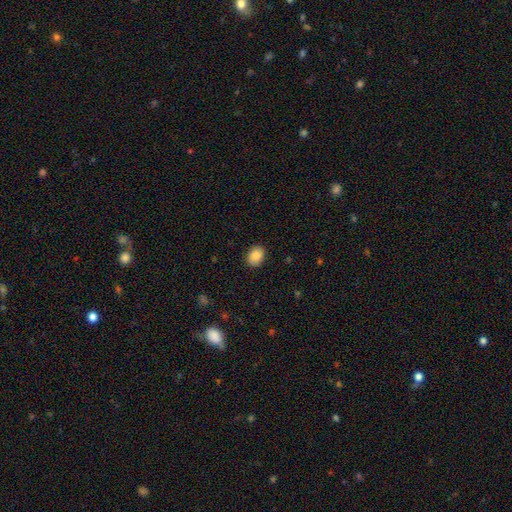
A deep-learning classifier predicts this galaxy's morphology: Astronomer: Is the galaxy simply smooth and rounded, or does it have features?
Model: smooth — 87%.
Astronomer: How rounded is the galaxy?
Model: in between — 58% (runner-up: round, 41%).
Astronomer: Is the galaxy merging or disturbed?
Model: none — 88%.